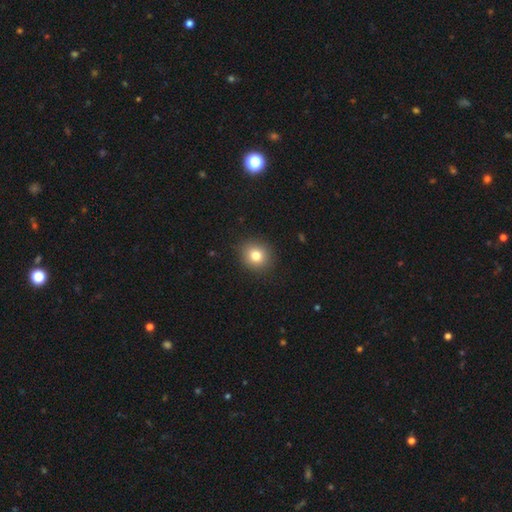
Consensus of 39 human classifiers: Volunteers were most divided on "how rounded": round: 84%, in between: 16%, cigar-shaped: 0%. More confident: merging — none (92%); smooth or featured — smooth (82%).